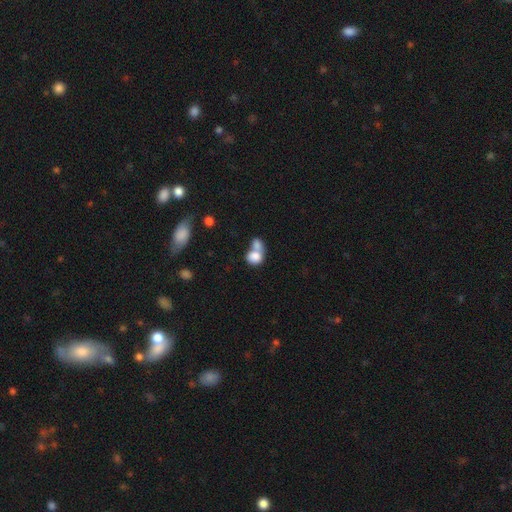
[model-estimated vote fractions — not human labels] A smooth galaxy with no disk features (80%) that is round (51%).

Vote fractions:
- Smooth or featured? smooth: 80% / featured or disk: 12% / star or artifact: 8%
- How rounded? round: 51% / in between: 48% / cigar-shaped: 1%
- Merging? merger: 69% / none: 20% / minor disturbance: 7% / major disturbance: 5%